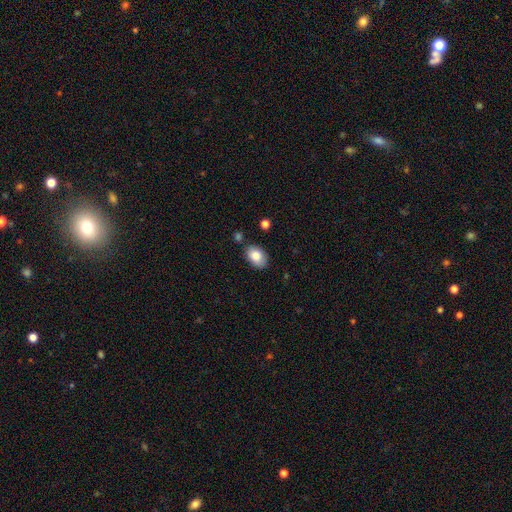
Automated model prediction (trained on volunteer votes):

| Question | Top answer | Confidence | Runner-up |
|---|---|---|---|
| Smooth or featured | smooth | 84% | featured or disk (8%) |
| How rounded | in between | 87% | round (12%) |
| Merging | none | 78% | minor disturbance (15%) |